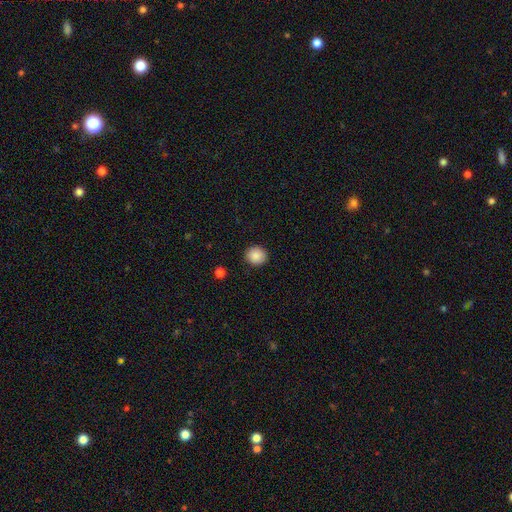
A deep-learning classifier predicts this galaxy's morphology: This is clearly a smooth galaxy (89%). How rounded: clearly round (86%). Merging: clearly none (91%).